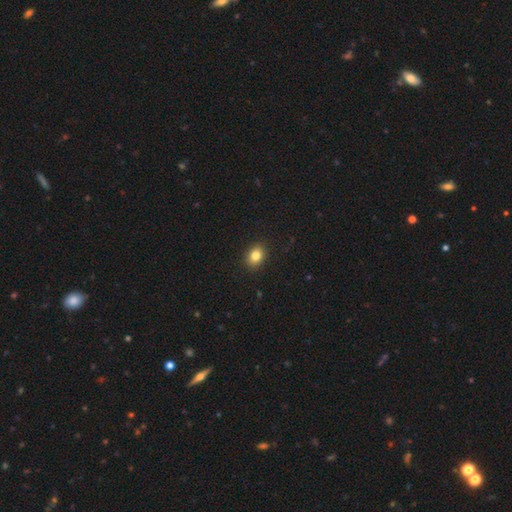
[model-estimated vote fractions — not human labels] Morphology: type=smooth (83%); roundness=in between (57%); merging=none (90%).